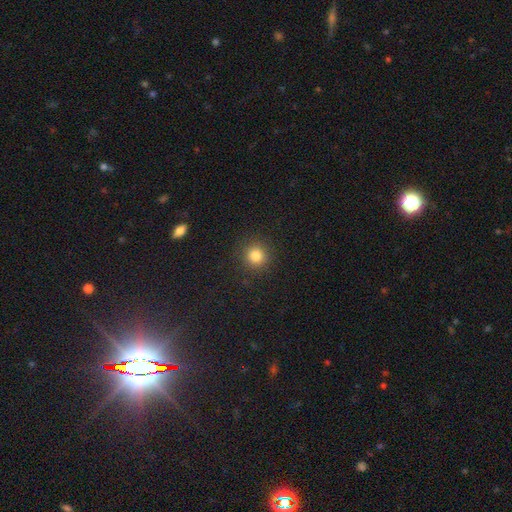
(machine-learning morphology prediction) Q: Smooth or featured?
A: smooth (82%); runner-up: star or artifact (13%)
Q: How rounded?
A: round (93%); runner-up: in between (6%)
Q: Merging?
A: none (90%); runner-up: minor disturbance (6%)